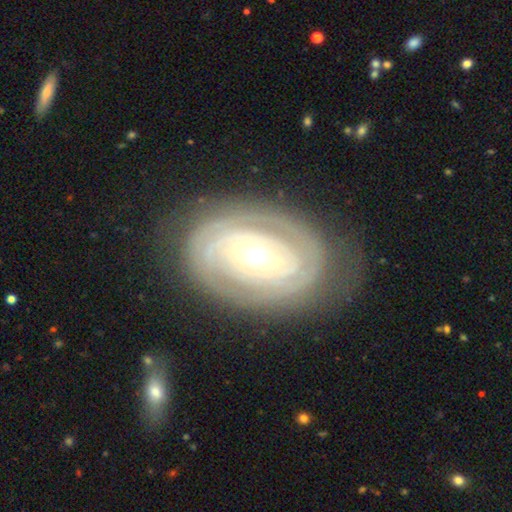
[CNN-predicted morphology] type=featured or disk (87%); edge-on=no (96%); bar=weak (36%, tied with no); spiral arms=yes (92%); winding=tight (84%); arm count=can't tell (34%); bulge=moderate (68%); merging=none (78%).